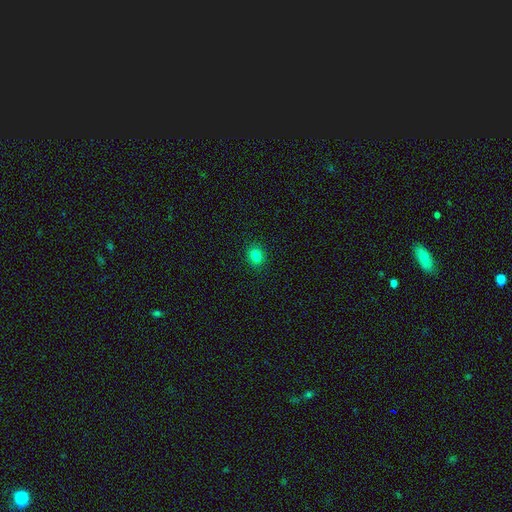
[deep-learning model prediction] Smooth or featured? smooth (81%)
How rounded? round (70%)
Merging? none (91%)